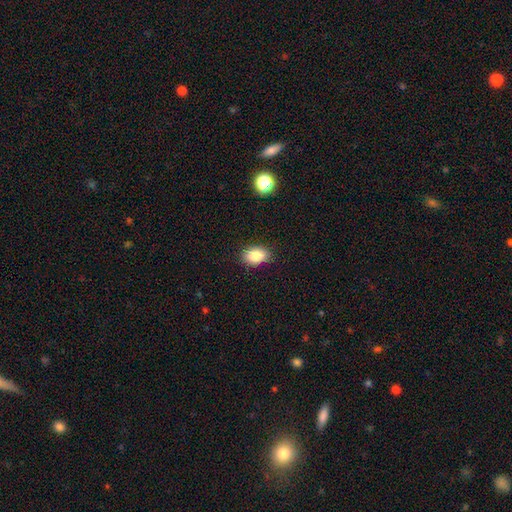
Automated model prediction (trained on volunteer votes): smooth-or-featured: smooth: 84% | star or artifact: 9% | featured or disk: 7%
  how-rounded: in between: 81% | round: 18% | cigar-shaped: 1%
  merging: none: 86% | minor disturbance: 11% | major disturbance: 2% | merger: 1%